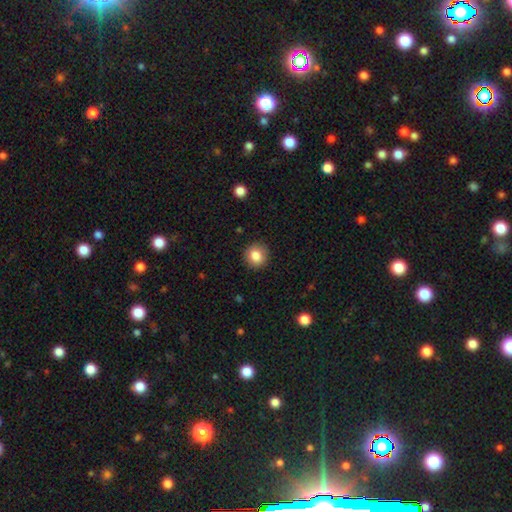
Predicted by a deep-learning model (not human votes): Morphology: type=smooth (85%); roundness=round (86%); merging=none (89%).